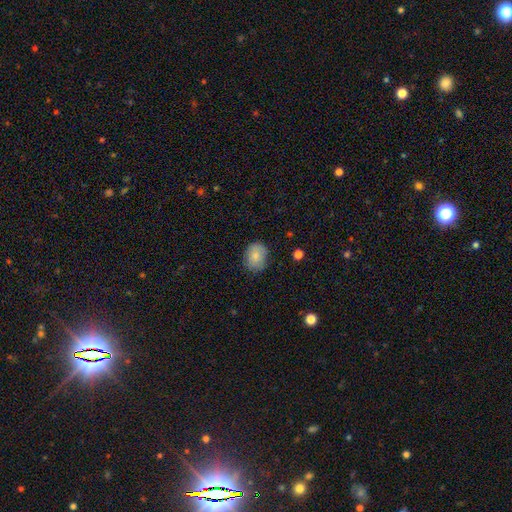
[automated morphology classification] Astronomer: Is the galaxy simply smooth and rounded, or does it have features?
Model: smooth — 81%.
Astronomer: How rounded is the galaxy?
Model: round — 51% (runner-up: in between, 48%).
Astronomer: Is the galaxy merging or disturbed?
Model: none — 77%.